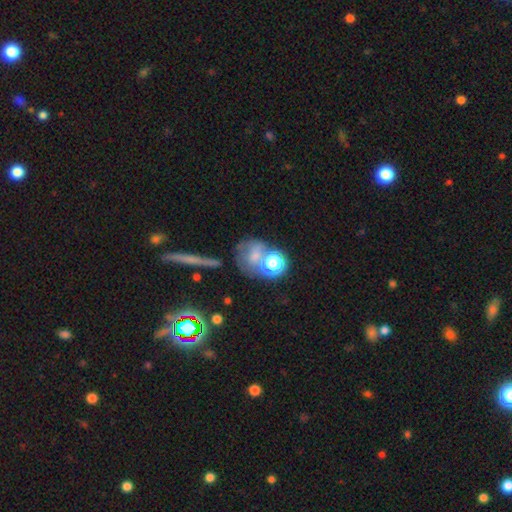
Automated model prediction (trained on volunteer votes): A smooth galaxy with no disk features (53%) that is round (72%). Merging: none (42%).